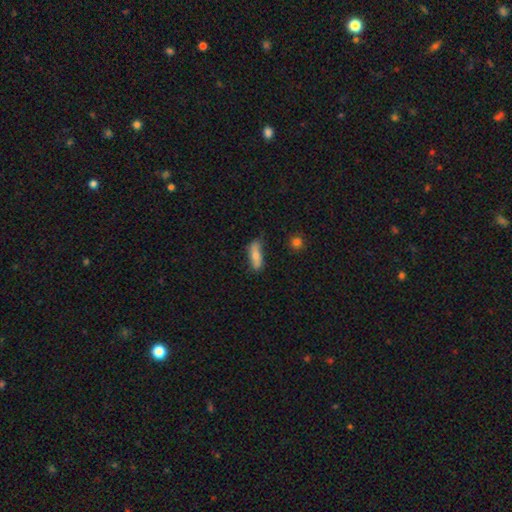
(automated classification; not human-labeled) The model was most divided on "how rounded": in between: 54%, cigar-shaped: 43%, round: 3%. More confident: smooth or featured — smooth (68%); merging — none (68%).